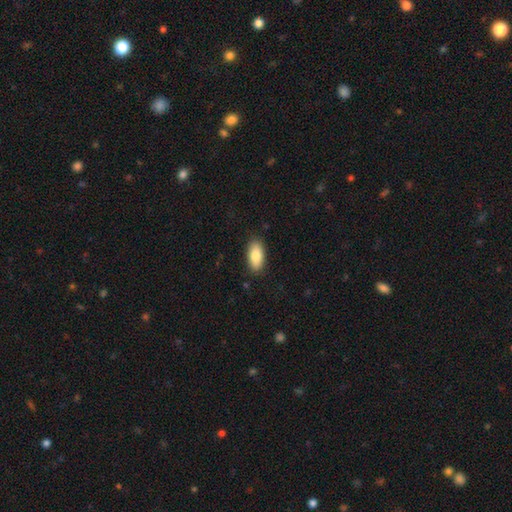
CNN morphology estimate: A smooth galaxy with no disk features (85%) that is in between round and cigar-shaped (90%).

Vote fractions:
- Smooth or featured? smooth: 85% / featured or disk: 9% / star or artifact: 6%
- How rounded? in between: 90% / cigar-shaped: 7% / round: 3%
- Merging? none: 87% / minor disturbance: 10% / major disturbance: 2% / merger: 1%